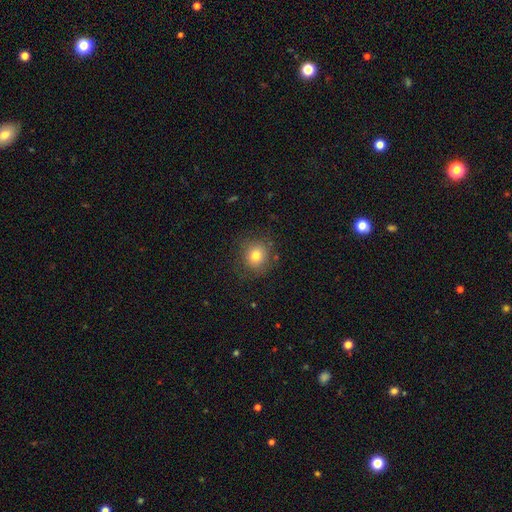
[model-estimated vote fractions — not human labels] smooth 77%, star or artifact 12%, featured or disk 10%. Down the decision tree: how rounded — round (87%); merging — none (81%).